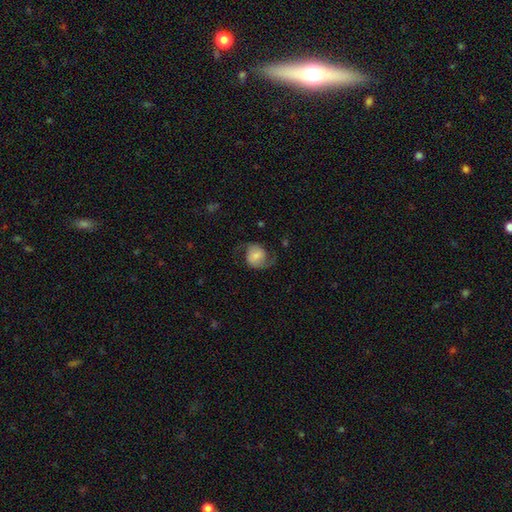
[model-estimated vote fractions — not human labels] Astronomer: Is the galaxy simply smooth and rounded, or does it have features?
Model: featured or disk — 60%.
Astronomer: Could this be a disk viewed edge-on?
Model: no — 98%.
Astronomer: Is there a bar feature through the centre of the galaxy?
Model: no — 58% (runner-up: weak, 33%).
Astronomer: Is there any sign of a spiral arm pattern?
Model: yes — 92%.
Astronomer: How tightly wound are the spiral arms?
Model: loose — 52% (runner-up: medium, 37%).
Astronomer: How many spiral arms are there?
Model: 2 — 90%.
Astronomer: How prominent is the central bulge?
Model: small — 35% (runner-up: moderate, 30%).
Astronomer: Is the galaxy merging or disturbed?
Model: none — 66%.